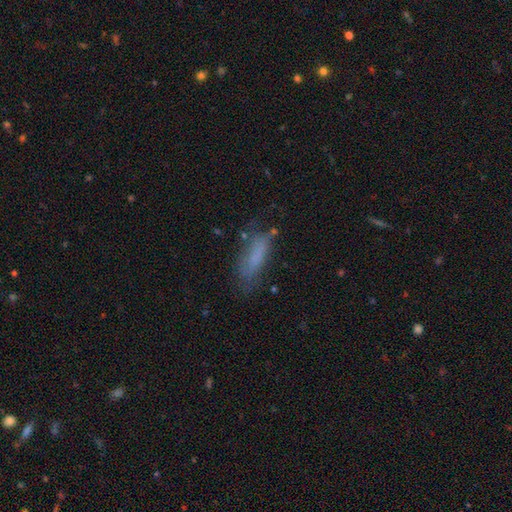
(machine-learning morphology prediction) A smooth galaxy with no disk features (71%) that is cigar-shaped (50%).

Vote fractions:
- Smooth or featured? smooth: 71% / featured or disk: 19% / star or artifact: 10%
- How rounded? cigar-shaped: 50% / in between: 48% / round: 2%
- Merging? none: 62% / minor disturbance: 23% / major disturbance: 11% / merger: 4%